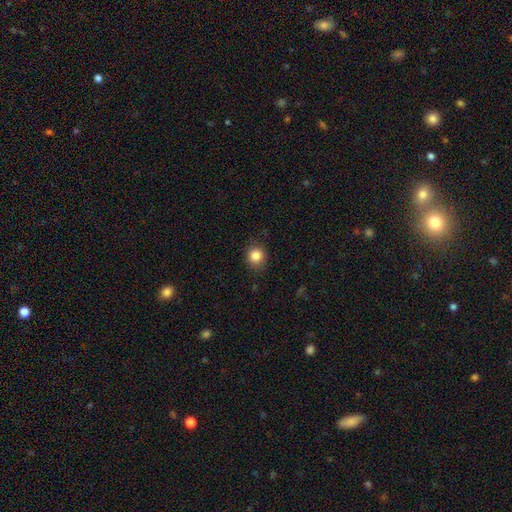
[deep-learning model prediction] Smooth or featured: smooth — 84% (star or artifact — 11%)
How rounded: round — 83% (in between — 16%)
Merging: none — 85% (minor disturbance — 11%)